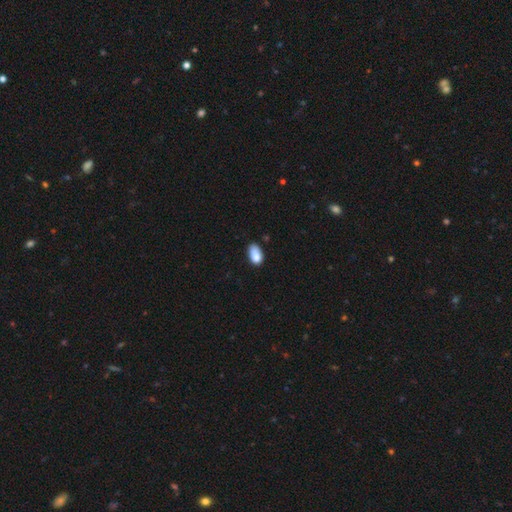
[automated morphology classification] type=smooth (84%); roundness=in between (92%); merging=none (57%).